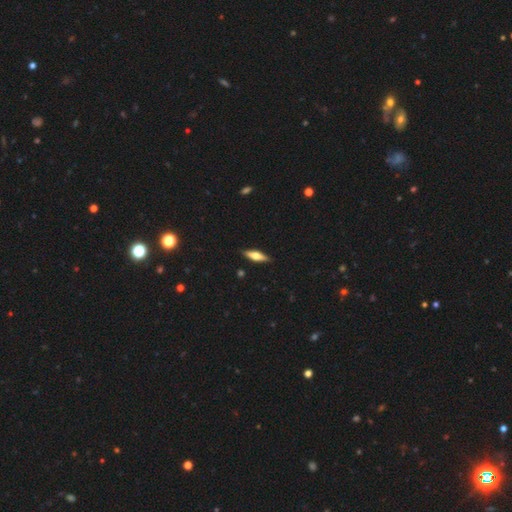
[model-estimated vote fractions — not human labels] smooth-or-featured: smooth: 48% | featured or disk: 46% | star or artifact: 6%
  merging: none: 89% | minor disturbance: 8% | major disturbance: 2% | merger: 1%